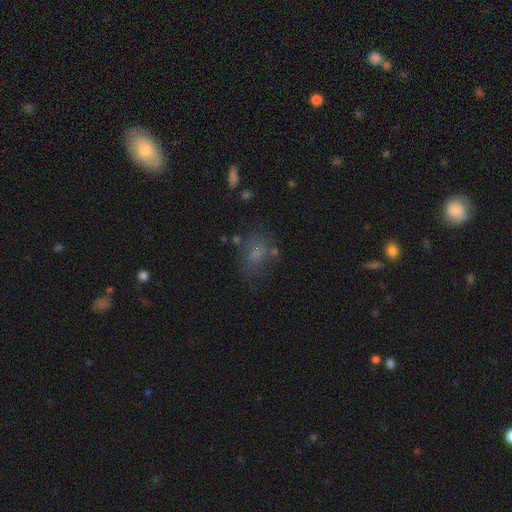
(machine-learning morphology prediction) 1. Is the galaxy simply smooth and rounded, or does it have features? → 55% smooth, 23% featured or disk, 23% star or artifact.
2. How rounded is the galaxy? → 72% in between, 23% round, 4% cigar-shaped.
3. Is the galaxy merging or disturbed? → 58% none, 20% minor disturbance, 16% major disturbance, 6% merger.